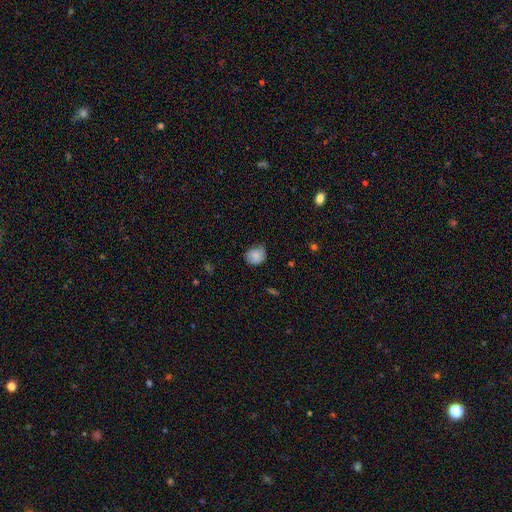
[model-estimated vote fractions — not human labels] The model was most divided on "merging": none: 64%, minor disturbance: 30%, major disturbance: 5%, merger: 1%. More confident: smooth or featured — smooth (83%); how rounded — round (68%).